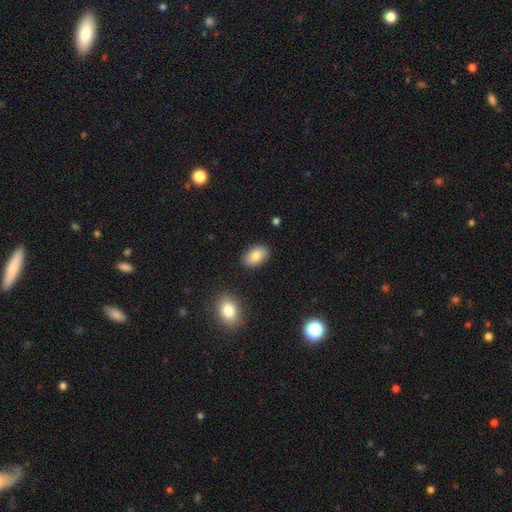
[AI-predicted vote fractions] smooth 82%, featured or disk 11%, star or artifact 7%. Down the decision tree: how rounded — in between (92%); merging — none (87%).